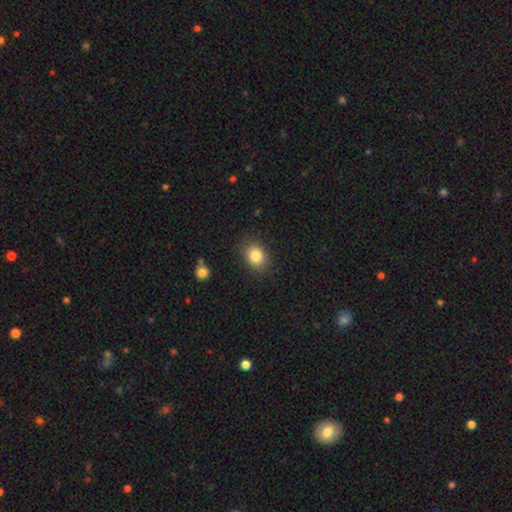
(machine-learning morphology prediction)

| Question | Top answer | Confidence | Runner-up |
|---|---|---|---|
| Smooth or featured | smooth | 84% | star or artifact (10%) |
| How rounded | in between | 54% | round (45%) |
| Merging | none | 84% | minor disturbance (11%) |